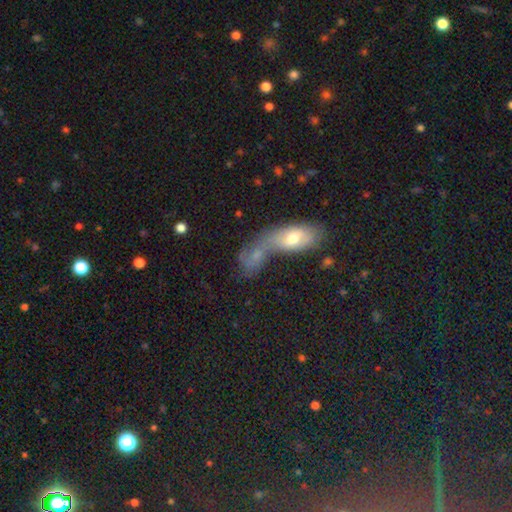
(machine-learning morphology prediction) smooth-or-featured: smooth: 52% | featured or disk: 30% | star or artifact: 18%
  how-rounded: in between: 75% | round: 15% | cigar-shaped: 10%
  merging: merger: 64% | none: 20% | major disturbance: 8% | minor disturbance: 8%